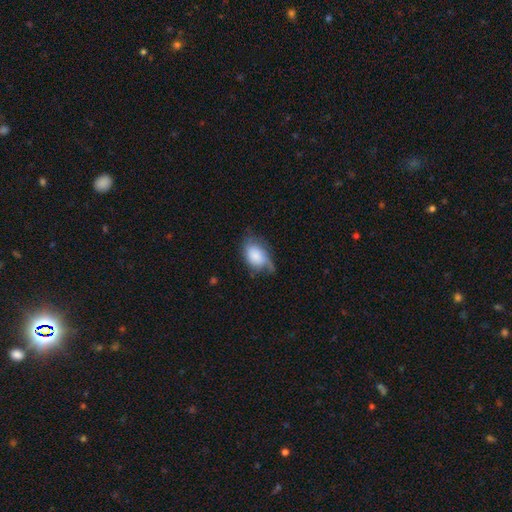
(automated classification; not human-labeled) Q: Smooth or featured?
A: smooth (62%); runner-up: featured or disk (30%)
Q: How rounded?
A: in between (84%); runner-up: round (15%)
Q: Merging?
A: none (41%); runner-up: minor disturbance (35%)